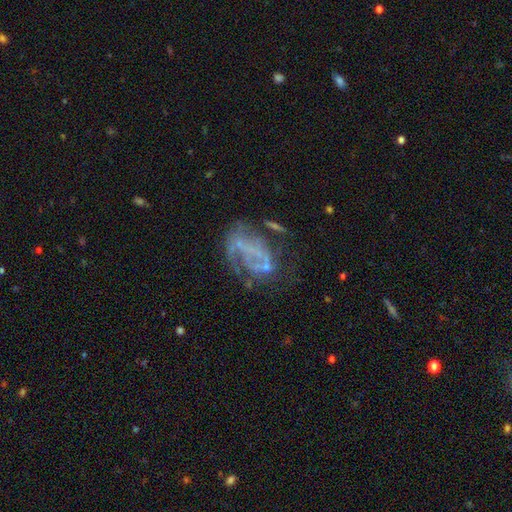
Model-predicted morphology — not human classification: Smooth or featured? featured or disk (59%)
Edge-on disk? no (97%)
Bar? no (73%)
Spiral arms? no (62%)
Bulge size? none (77%)
Merging? none (38%)